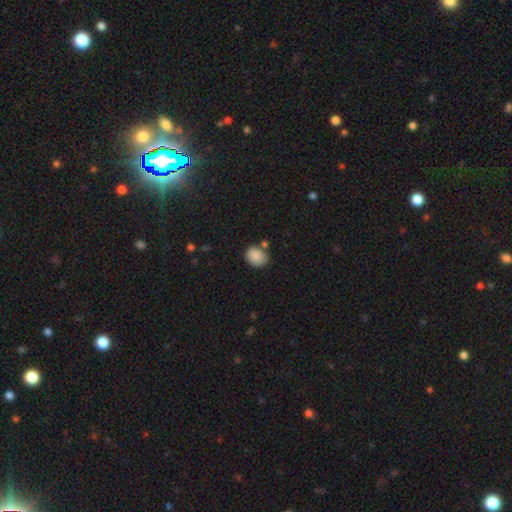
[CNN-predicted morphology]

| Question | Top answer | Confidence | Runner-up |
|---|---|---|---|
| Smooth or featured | smooth | 87% | star or artifact (8%) |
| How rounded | round | 55% | in between (44%) |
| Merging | none | 71% | minor disturbance (15%) |